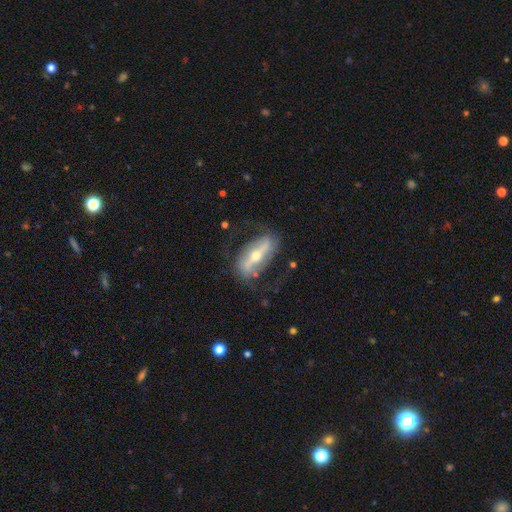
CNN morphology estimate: This is likely a featured or disk galaxy (76%). It is likely not viewed edge-on (76%). Bar: likely strong (67%). Spiral arm pattern: likely yes (69%). Central bulge: possibly moderate (50%). Merging: likely none (69%).